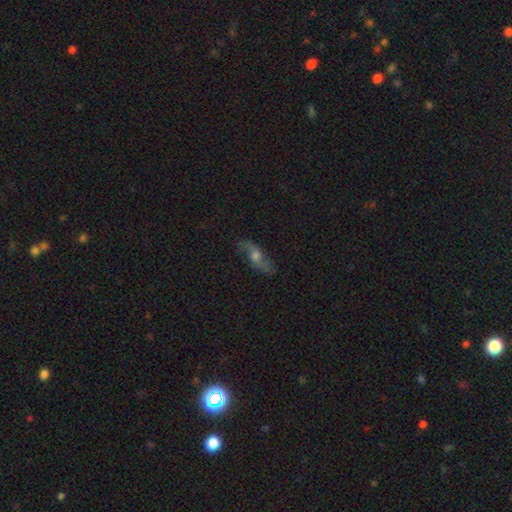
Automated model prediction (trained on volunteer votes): smooth-or-featured: featured or disk: 66% | smooth: 26% | star or artifact: 9%
  disk-edge-on: no: 74% | yes: 26%
  merging: none: 76% | minor disturbance: 16% | major disturbance: 6% | merger: 2%